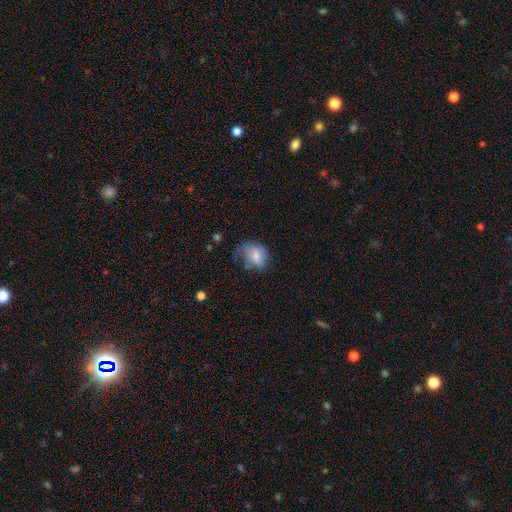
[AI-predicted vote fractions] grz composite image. It shows a smooth galaxy with no disk features (71%) that is in between round and cigar-shaped (57%). Merging: none (41%).